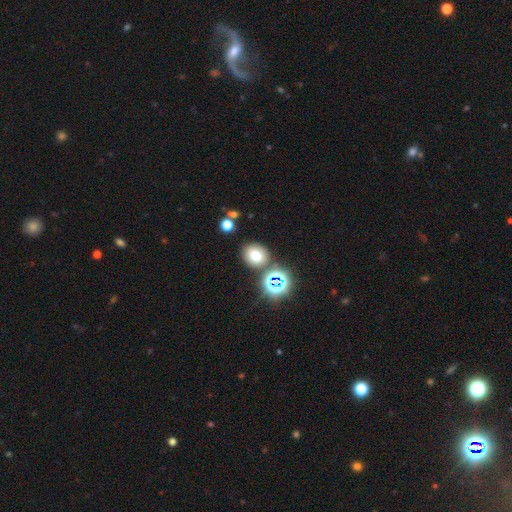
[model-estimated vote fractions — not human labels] Smooth or featured? smooth (68%)
How rounded? round (73%)
Merging? none (78%)